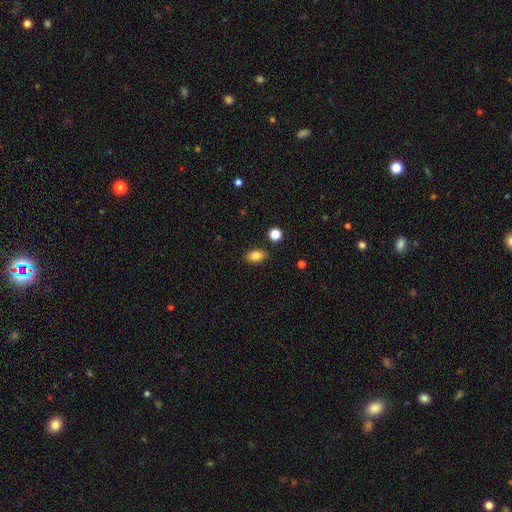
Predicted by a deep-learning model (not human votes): smooth-or-featured: smooth: 84% | star or artifact: 10% | featured or disk: 7%
  how-rounded: in between: 84% | round: 14% | cigar-shaped: 2%
  merging: none: 86% | minor disturbance: 9% | merger: 2% | major disturbance: 2%